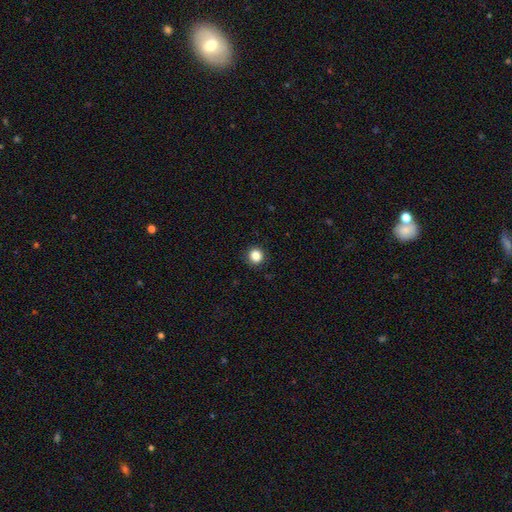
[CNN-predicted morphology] This appears to be a smooth galaxy with no disk features (85%) that is round (92%). Merging: none (91%).